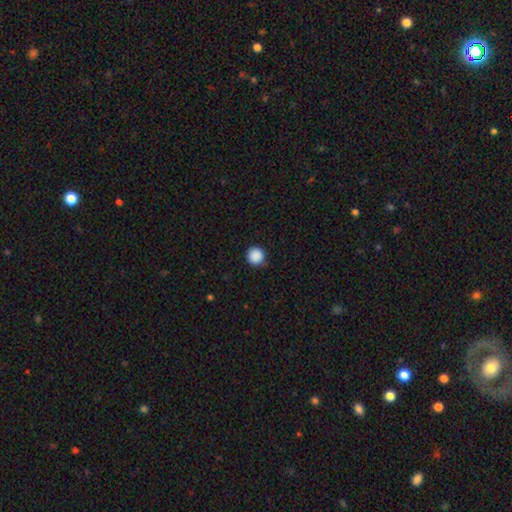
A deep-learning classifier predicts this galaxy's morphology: Smooth or featured? smooth (89%)
How rounded? round (96%)
Merging? none (90%)